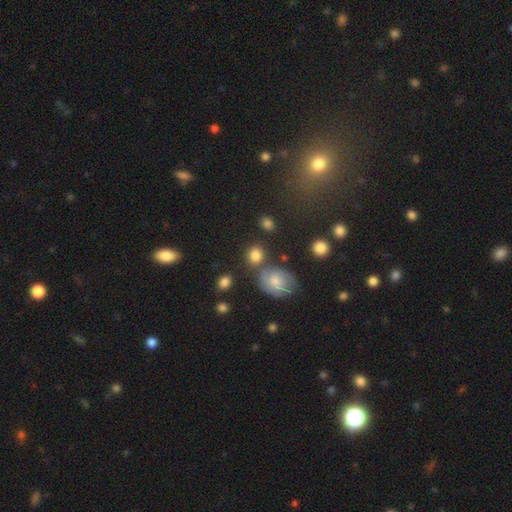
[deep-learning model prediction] Q: Smooth or featured?
A: smooth (81%); runner-up: star or artifact (10%)
Q: How rounded?
A: round (69%); runner-up: in between (30%)
Q: Merging?
A: none (65%); runner-up: merger (15%)